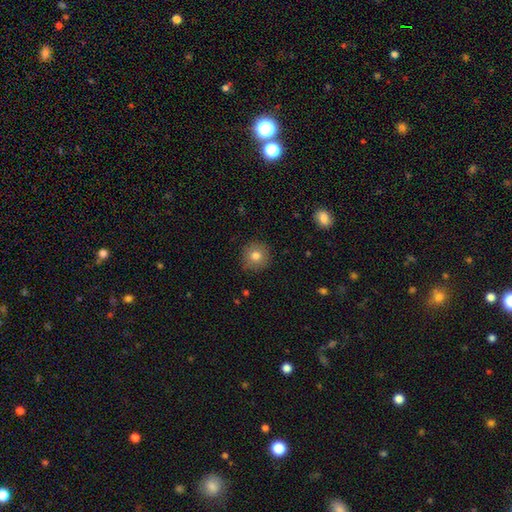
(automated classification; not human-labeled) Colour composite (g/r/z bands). It shows a smooth galaxy with no disk features (80%) that is round (94%). Merging: none (87%).